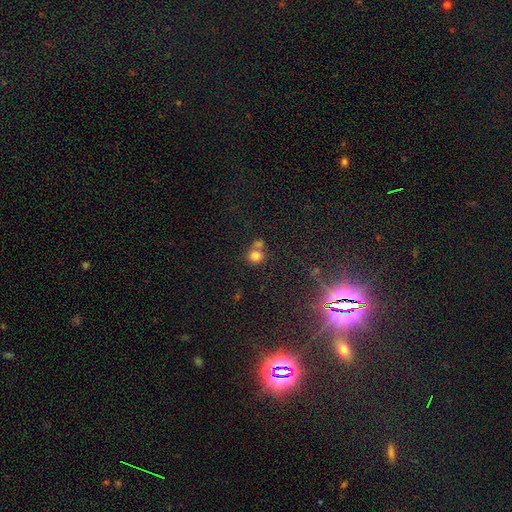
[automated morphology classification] Q: Smooth or featured?
A: smooth (78%); runner-up: star or artifact (13%)
Q: How rounded?
A: round (84%); runner-up: in between (15%)
Q: Merging?
A: none (49%); runner-up: merger (39%)